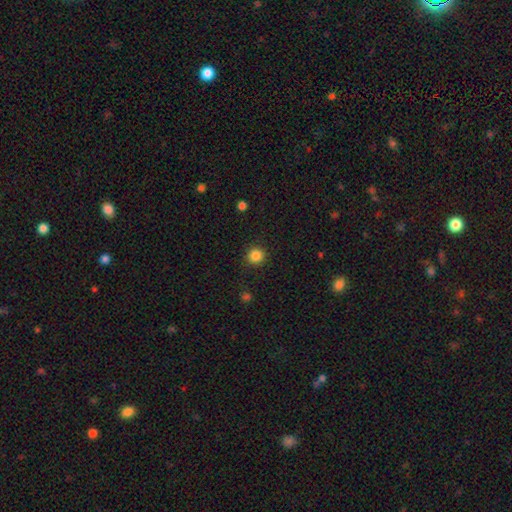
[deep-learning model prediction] A smooth galaxy with no disk features (85%) that is round (93%).

Vote fractions:
- Smooth or featured? smooth: 85% / star or artifact: 11% / featured or disk: 3%
- How rounded? round: 93% / in between: 7% / cigar-shaped: 1%
- Merging? none: 89% / minor disturbance: 7% / major disturbance: 3% / merger: 1%